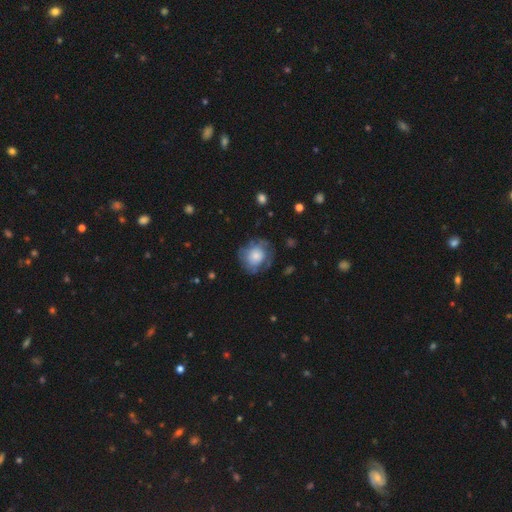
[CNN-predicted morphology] smooth-or-featured: smooth: 59% | featured or disk: 33% | star or artifact: 8%
  how-rounded: round: 77% | in between: 22% | cigar-shaped: 1%
  merging: none: 61% | minor disturbance: 23% | major disturbance: 15% | merger: 1%